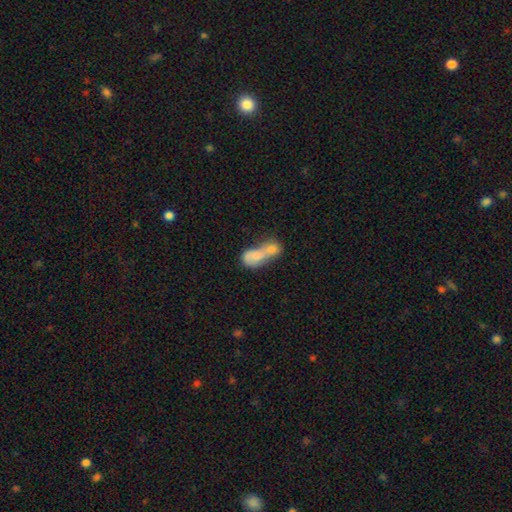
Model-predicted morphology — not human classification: smooth_or_featured: smooth (p=0.68) [alt: featured or disk p=0.24]
how_rounded: in between (p=0.73) [alt: round p=0.16]
merging: merger (p=0.77) [alt: none p=0.10]